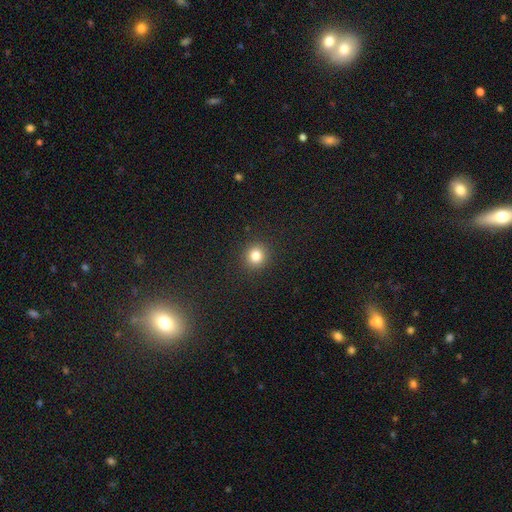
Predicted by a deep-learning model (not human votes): Overall: smooth (82%). How rounded: round (91%). Merging: none (92%).